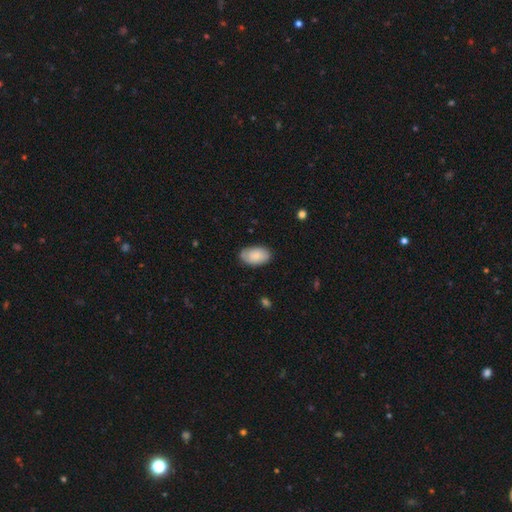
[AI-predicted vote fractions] This appears to be a smooth galaxy with no disk features (78%) that is in between round and cigar-shaped (93%). Merging: none (79%).